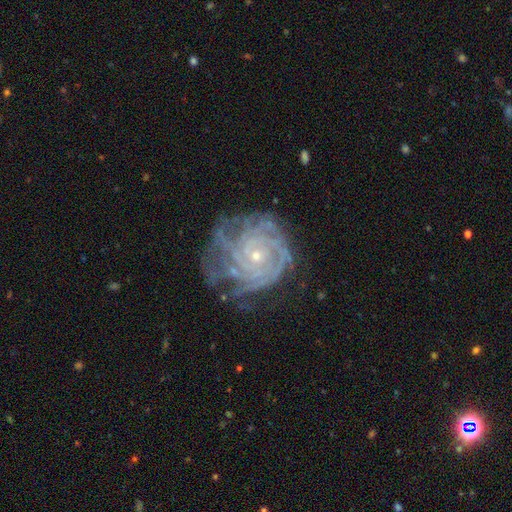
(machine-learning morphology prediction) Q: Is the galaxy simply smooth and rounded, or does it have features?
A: featured or disk — 87%.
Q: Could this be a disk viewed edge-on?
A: no — 97%.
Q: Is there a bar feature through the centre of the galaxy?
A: no — 79%.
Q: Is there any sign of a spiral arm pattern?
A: yes — 97%.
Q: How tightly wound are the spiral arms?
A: tight — 82%.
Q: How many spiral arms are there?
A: can't tell — 27%.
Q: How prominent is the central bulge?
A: small — 78%.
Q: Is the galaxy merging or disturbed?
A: none — 60%.